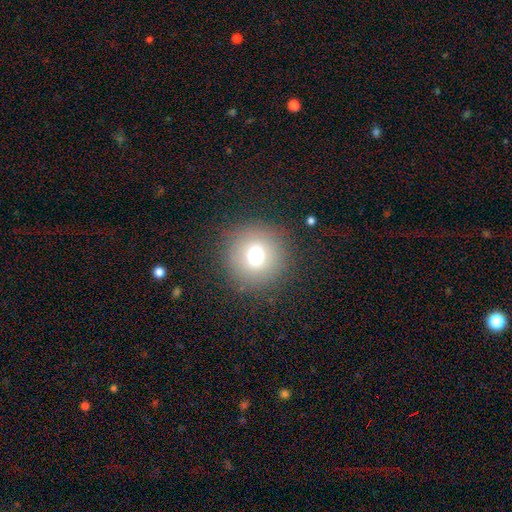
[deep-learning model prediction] Q: Smooth or featured?
A: smooth (71%); runner-up: star or artifact (16%)
Q: How rounded?
A: round (95%); runner-up: in between (4%)
Q: Merging?
A: none (87%); runner-up: minor disturbance (8%)